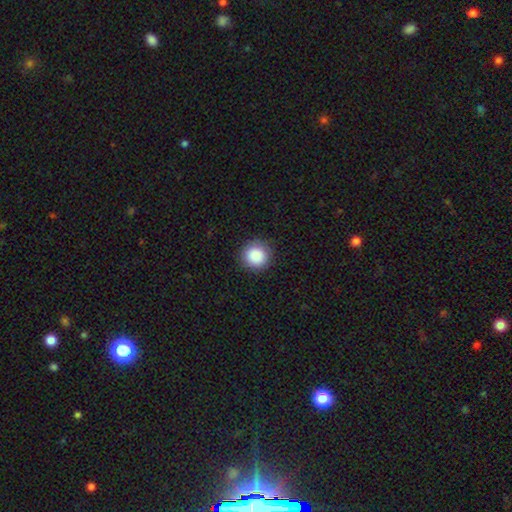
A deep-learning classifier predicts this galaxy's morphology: Smooth or featured? Predicted: smooth (p=0.88). How rounded? Predicted: round (p=0.94). Merging? Predicted: none (p=0.89).